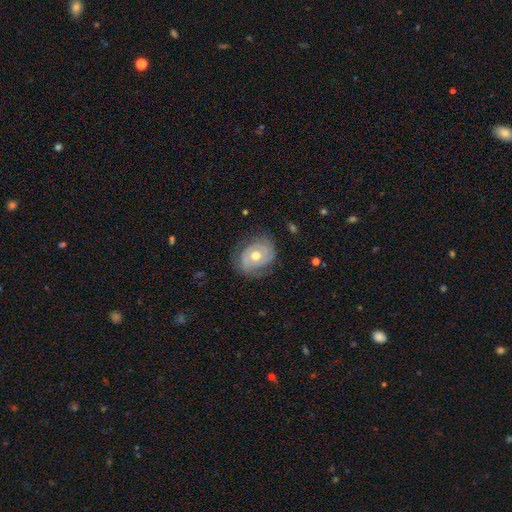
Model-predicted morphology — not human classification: This is likely a featured or disk galaxy (70%). It is clearly not viewed edge-on (96%). Bar: likely no (78%). Spiral arm pattern: likely yes (75%). Spiral arm count: possibly 2 (50%). Spiral winding: likely tight (61%). Central bulge: likely moderate (79%). Merging: likely none (69%).